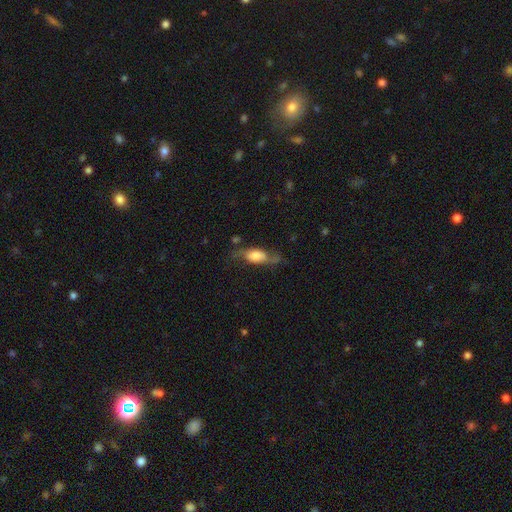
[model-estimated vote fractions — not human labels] Smooth or featured?
  - smooth: 48% *
  - featured or disk: 44%
  - star or artifact: 8%
Merging?
  - none: 54% *
  - minor disturbance: 25%
  - major disturbance: 18%
  - merger: 3%